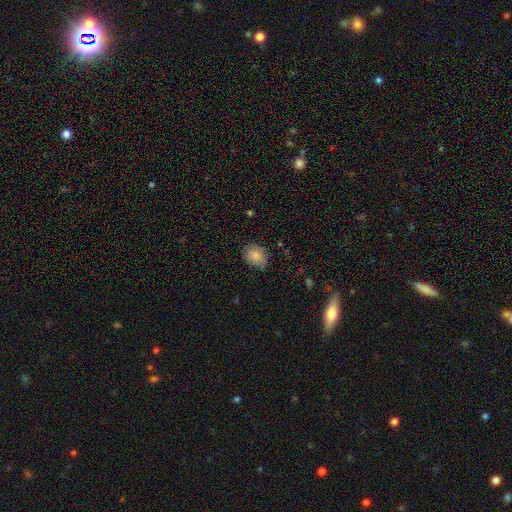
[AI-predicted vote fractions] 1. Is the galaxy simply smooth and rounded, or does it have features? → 82% smooth, 10% featured or disk, 8% star or artifact.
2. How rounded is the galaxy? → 65% in between, 34% round, 1% cigar-shaped.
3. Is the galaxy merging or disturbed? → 75% none, 20% minor disturbance, 4% major disturbance, 1% merger.